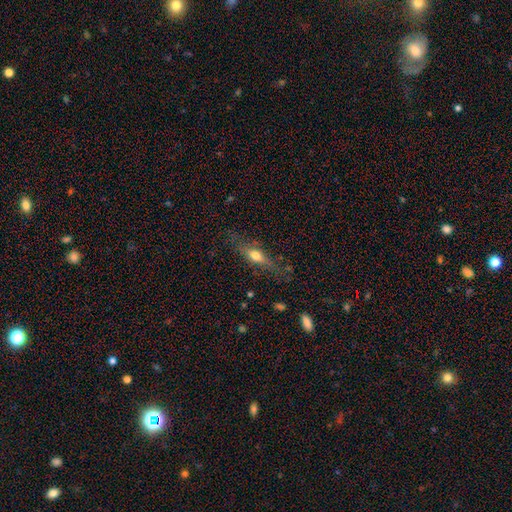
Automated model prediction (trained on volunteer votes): Smooth or featured: smooth — 51% (featured or disk — 40%)
How rounded: cigar-shaped — 54% (in between — 41%)
Merging: none — 70% (minor disturbance — 20%)